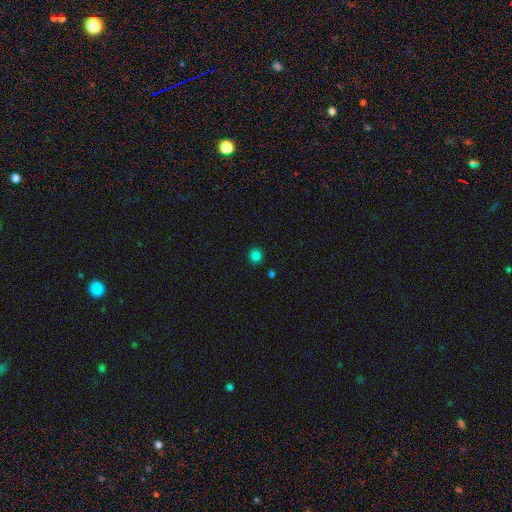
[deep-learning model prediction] A smooth galaxy with no disk features (82%) that is round (88%). Merging: none (90%).